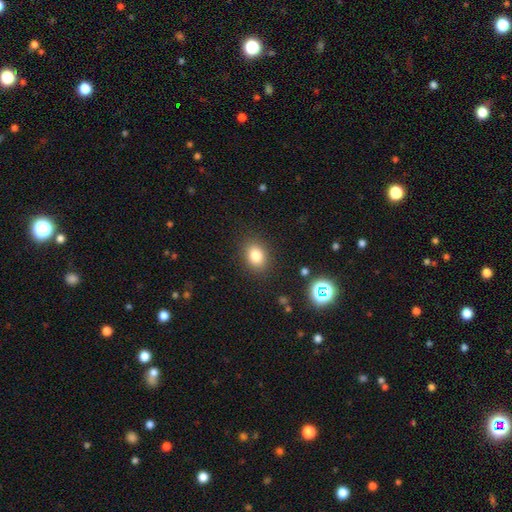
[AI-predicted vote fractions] This is clearly a smooth galaxy (81%). How rounded: possibly in between (59%). Merging: clearly none (87%).